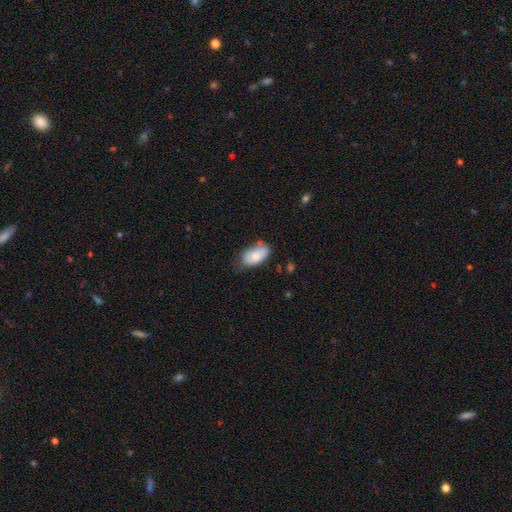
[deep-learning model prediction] Q: Smooth or featured?
A: smooth (79%); runner-up: featured or disk (14%)
Q: How rounded?
A: in between (94%); runner-up: round (4%)
Q: Merging?
A: none (54%); runner-up: minor disturbance (33%)